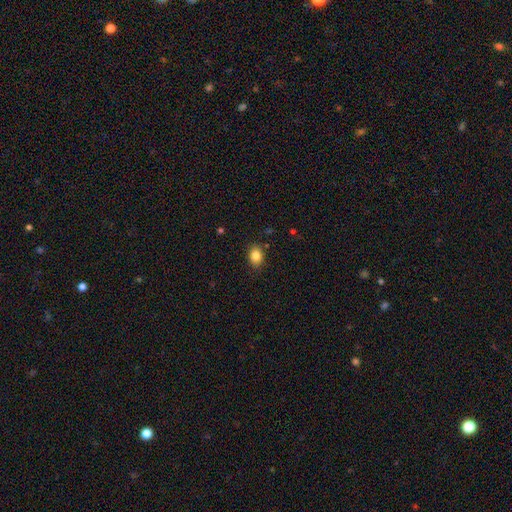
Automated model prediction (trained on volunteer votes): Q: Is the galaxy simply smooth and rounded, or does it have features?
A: smooth — 85%.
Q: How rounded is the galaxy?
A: in between — 65%.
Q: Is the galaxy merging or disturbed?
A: none — 84%.